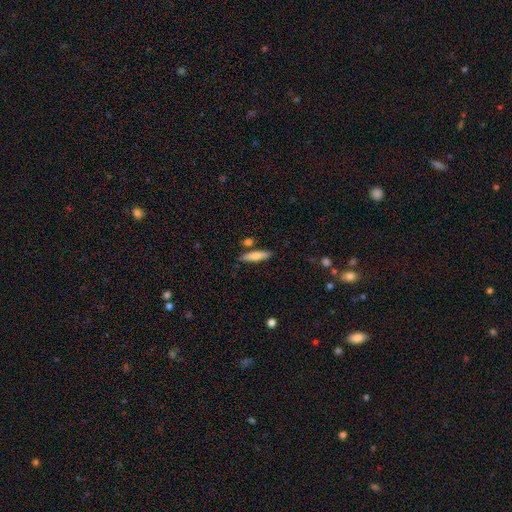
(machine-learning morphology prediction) A smooth galaxy with no disk features (73%) that is cigar-shaped (77%).

Vote fractions:
- Smooth or featured? smooth: 73% / featured or disk: 21% / star or artifact: 6%
- How rounded? cigar-shaped: 77% / in between: 21% / round: 2%
- Merging? none: 80% / minor disturbance: 11% / merger: 7% / major disturbance: 2%